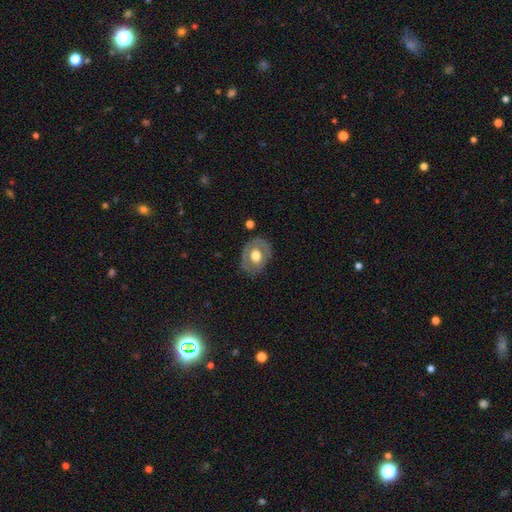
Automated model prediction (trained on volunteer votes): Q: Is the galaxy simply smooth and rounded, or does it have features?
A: featured or disk — 50%.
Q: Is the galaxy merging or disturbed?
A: none — 73%.